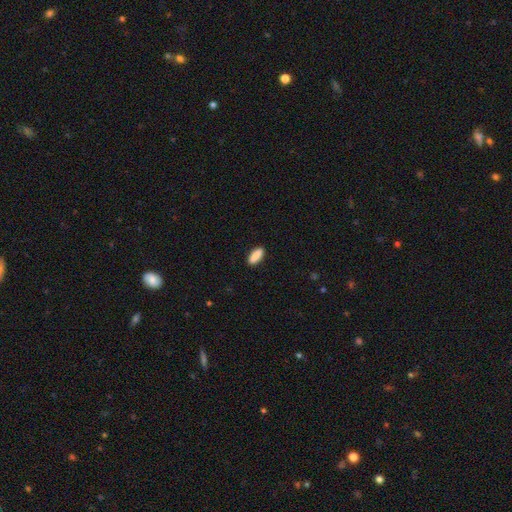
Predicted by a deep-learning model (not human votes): The model was most divided on "how rounded": in between: 77%, cigar-shaped: 21%, round: 2%. More confident: smooth or featured — smooth (89%); merging — none (89%).